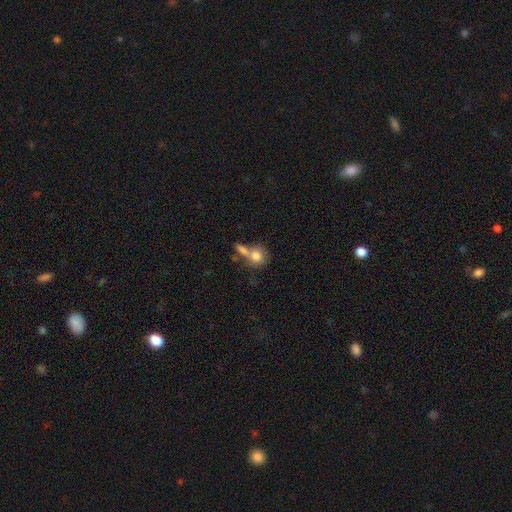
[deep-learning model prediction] Morphology: type=smooth (77%); roundness=round (74%); merging=merger (44%).